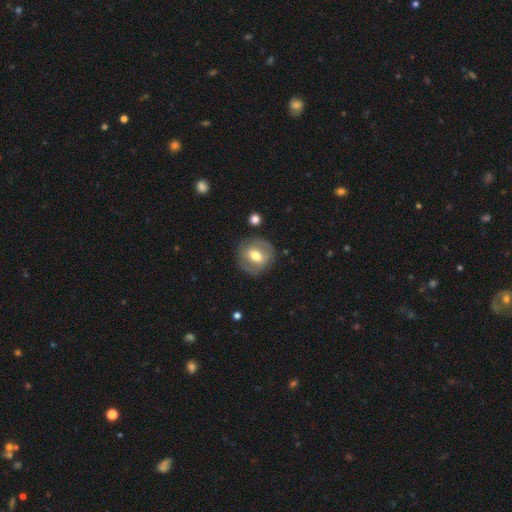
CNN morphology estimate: type=smooth (46%, tied with featured or disk); merging=none (80%).